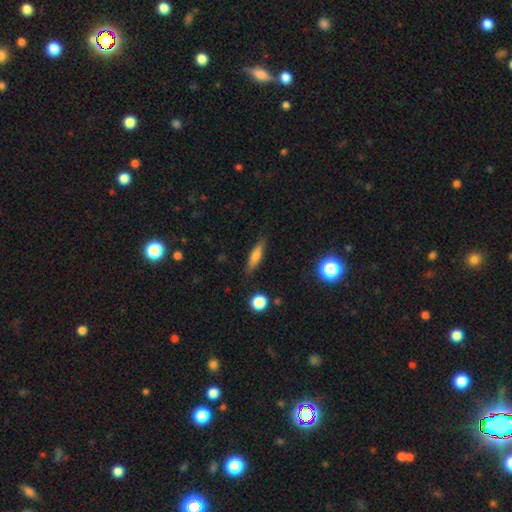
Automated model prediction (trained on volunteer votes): Smooth or featured: smooth — 67% (featured or disk — 24%)
How rounded: cigar-shaped — 74% (in between — 23%)
Merging: none — 85% (minor disturbance — 11%)